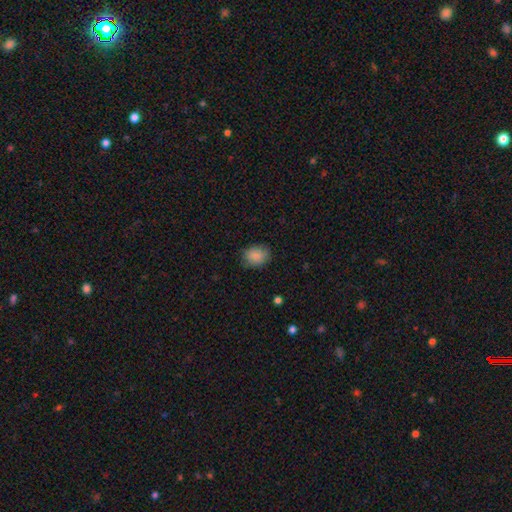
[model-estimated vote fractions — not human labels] smooth-or-featured: smooth: 88% | star or artifact: 8% | featured or disk: 5%
  how-rounded: in between: 55% | round: 45% | cigar-shaped: 1%
  merging: none: 79% | minor disturbance: 16% | major disturbance: 4% | merger: 1%